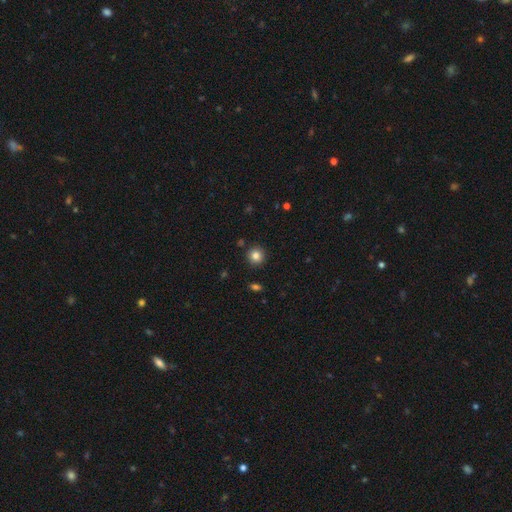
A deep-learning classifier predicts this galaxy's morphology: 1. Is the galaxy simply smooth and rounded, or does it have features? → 83% smooth, 11% star or artifact, 6% featured or disk.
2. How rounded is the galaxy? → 94% round, 5% in between, 1% cigar-shaped.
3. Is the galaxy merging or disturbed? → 91% none, 6% minor disturbance, 2% merger, 2% major disturbance.